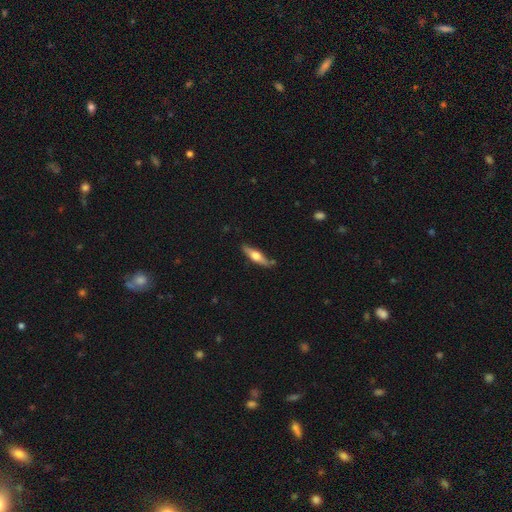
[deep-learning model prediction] This is possibly a featured or disk galaxy (53%). It is clearly viewed edge-on (92%). Merging: likely none (78%).